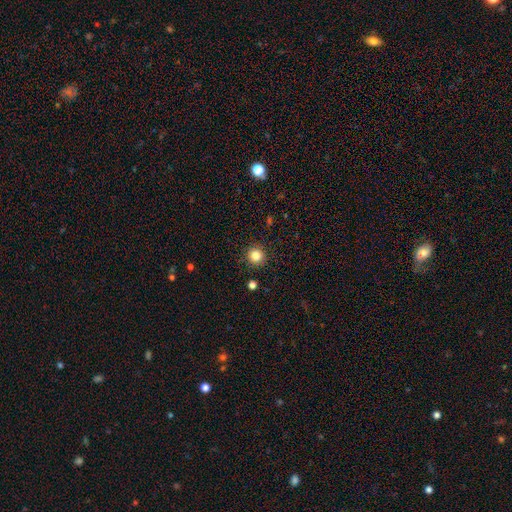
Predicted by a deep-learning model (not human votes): Morphology: type=smooth (83%); roundness=round (95%); merging=none (91%).